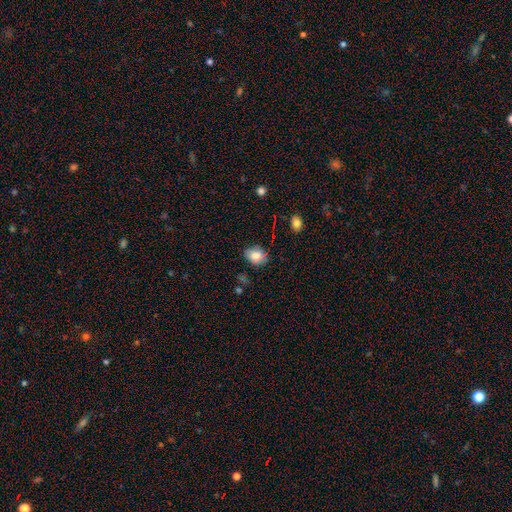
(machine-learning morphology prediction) type=smooth (80%); roundness=in between (61%); merging=none (78%).